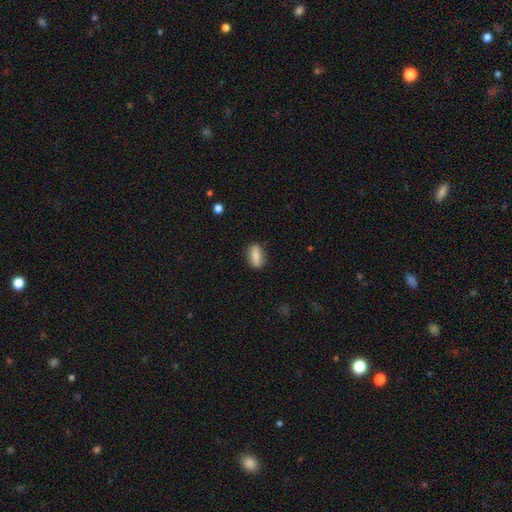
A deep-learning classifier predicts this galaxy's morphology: Smooth or featured: smooth — 77% (featured or disk — 16%)
How rounded: in between — 74% (cigar-shaped — 18%)
Merging: none — 85% (minor disturbance — 11%)